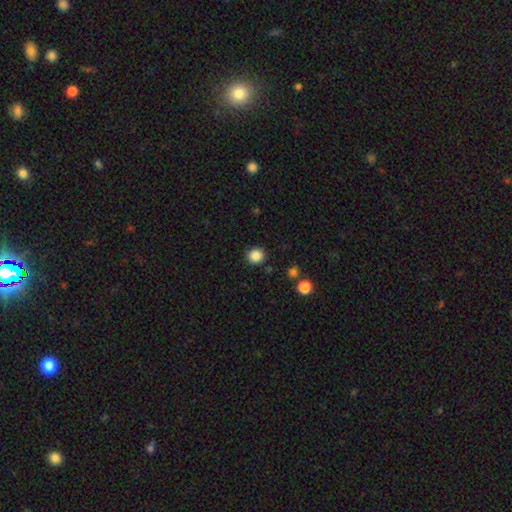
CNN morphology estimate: Smooth or featured? smooth (86%)
How rounded? round (91%)
Merging? none (90%)